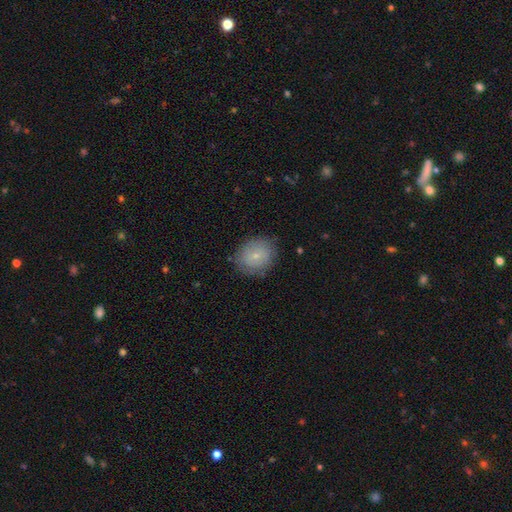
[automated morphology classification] Smooth or featured? smooth (73%)
How rounded? round (67%)
Merging? none (80%)